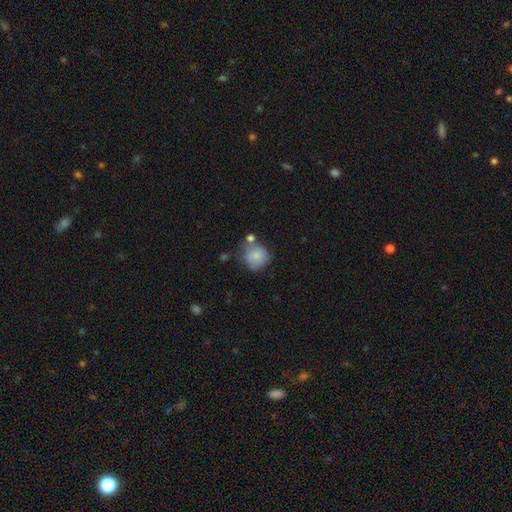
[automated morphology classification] Smooth or featured? Predicted: smooth (p=0.75). How rounded? Predicted: round (p=0.81). Merging? Predicted: none (p=0.48).